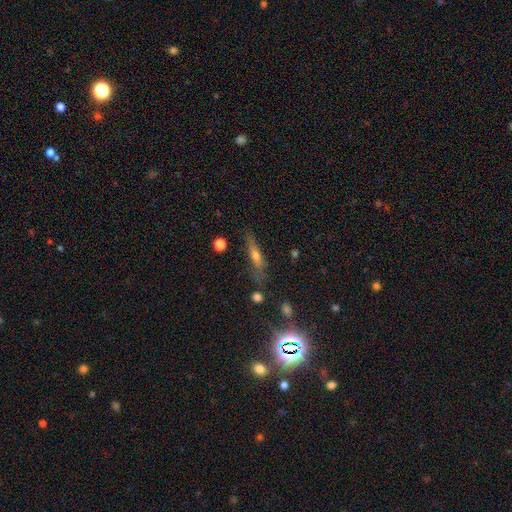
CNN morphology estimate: smooth_or_featured: featured or disk (p=0.44) [alt: smooth p=0.39]
merging: none (p=0.72) [alt: minor disturbance p=0.18]